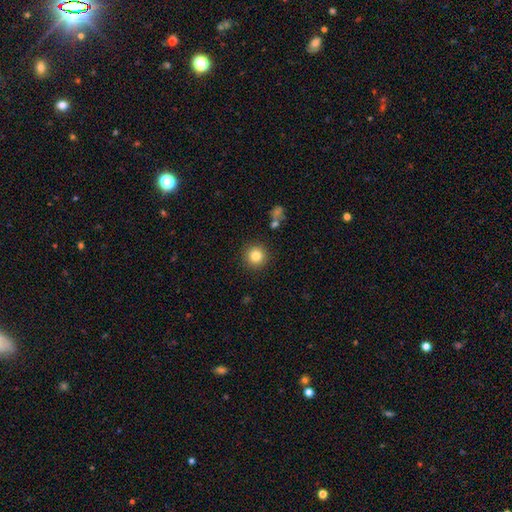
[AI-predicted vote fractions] Morphology: type=smooth (82%); roundness=round (95%); merging=none (89%).